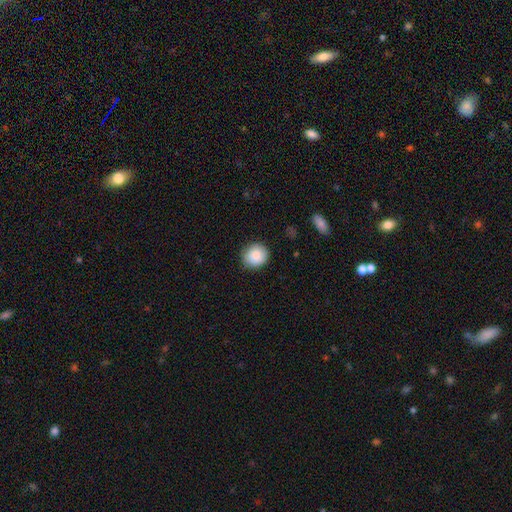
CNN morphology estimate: Smooth or featured? smooth (88%)
How rounded? round (85%)
Merging? none (88%)